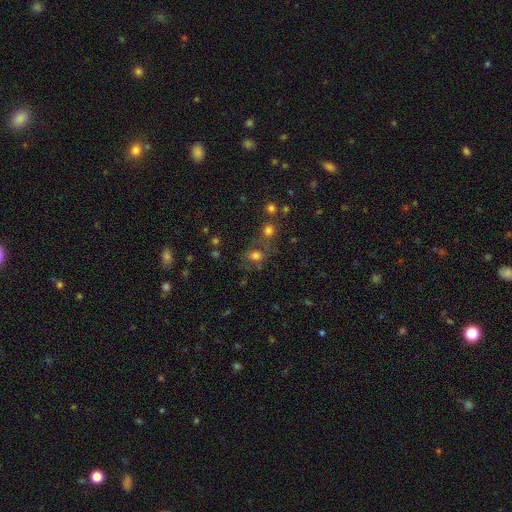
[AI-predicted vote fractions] Overall: smooth (68%). How rounded: in between (52%; round 47%). Merging: none (51%; merger 24%).